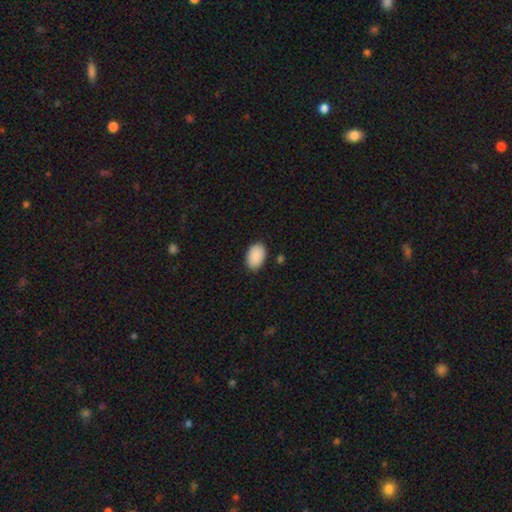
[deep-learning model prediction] Smooth or featured: smooth — 90% (star or artifact — 6%)
How rounded: in between — 89% (round — 10%)
Merging: none — 86% (minor disturbance — 10%)